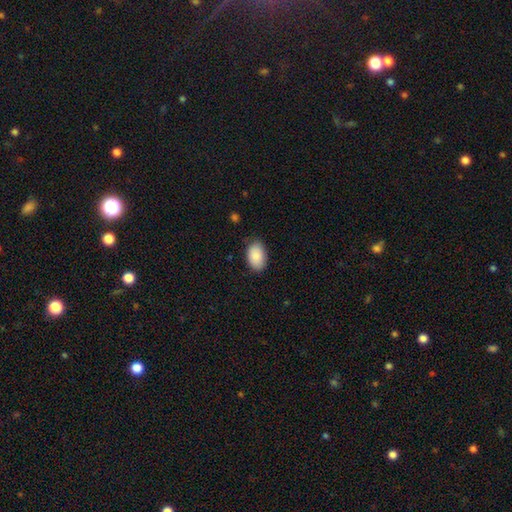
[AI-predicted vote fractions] Smooth or featured? smooth (88%)
How rounded? in between (90%)
Merging? none (80%)